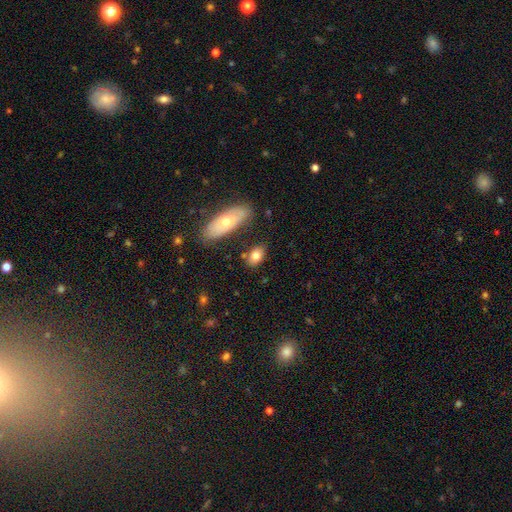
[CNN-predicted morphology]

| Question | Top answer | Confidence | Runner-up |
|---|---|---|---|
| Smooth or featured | smooth | 75% | featured or disk (17%) |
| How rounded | in between | 84% | round (12%) |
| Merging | none | 75% | minor disturbance (14%) |